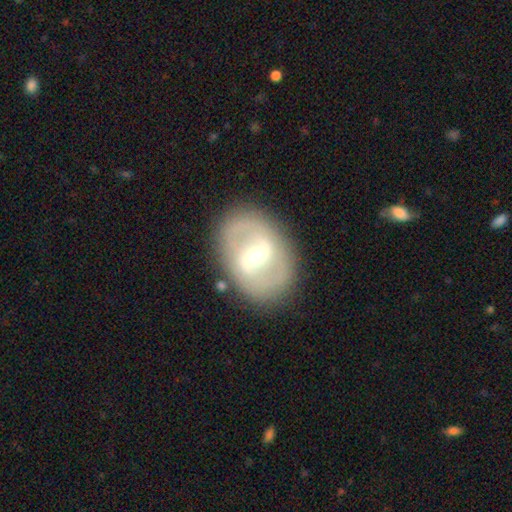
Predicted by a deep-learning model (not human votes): smooth-or-featured: featured or disk: 75% | smooth: 19% | star or artifact: 6%
  disk-edge-on: no: 96% | yes: 4%
    bar: weak: 49% | strong: 34% | no: 18%
    has-spiral-arms: yes: 65% | no: 35%
    bulge-size: moderate: 59% | small: 35% | large: 4% | dominant: 1% | none: 1%
  merging: none: 83% | minor disturbance: 11% | major disturbance: 4% | merger: 1%